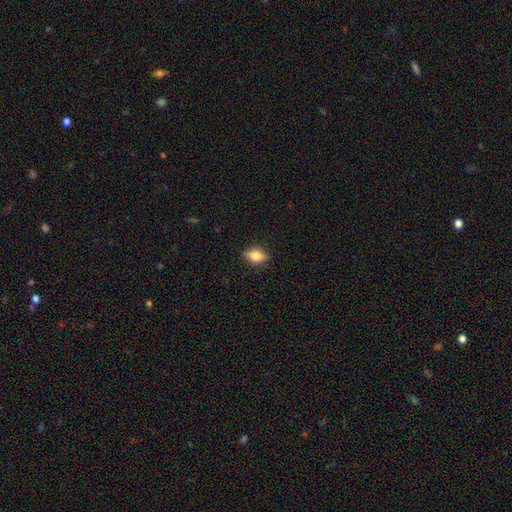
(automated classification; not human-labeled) A smooth galaxy with no disk features (61%) that is in between round and cigar-shaped (76%).

Vote fractions:
- Smooth or featured? smooth: 61% / featured or disk: 29% / star or artifact: 9%
- How rounded? in between: 76% / round: 13% / cigar-shaped: 11%
- Merging? none: 84% / minor disturbance: 12% / major disturbance: 3% / merger: 1%